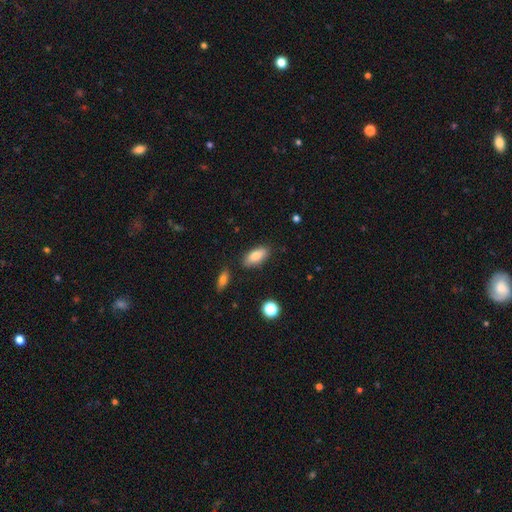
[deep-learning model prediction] Morphology: type=smooth (83%); roundness=in between (85%); merging=none (84%).